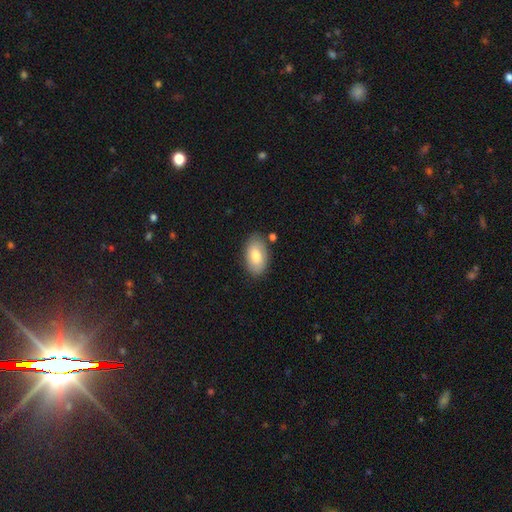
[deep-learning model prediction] This appears to be a smooth galaxy with no disk features (76%) that is in between round and cigar-shaped (94%). Merging: none (81%).